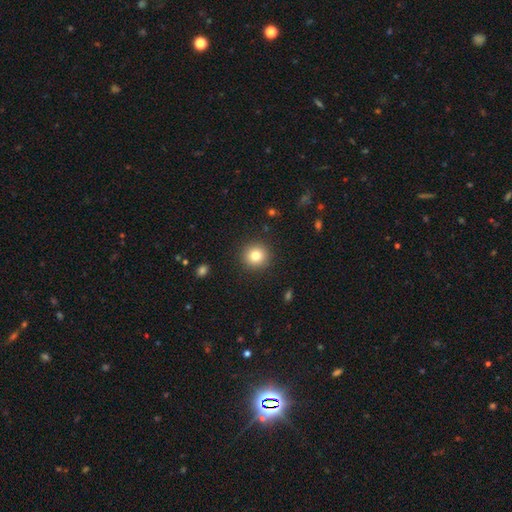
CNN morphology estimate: Q: Smooth or featured?
A: smooth (80%); runner-up: star or artifact (11%)
Q: How rounded?
A: round (94%); runner-up: in between (5%)
Q: Merging?
A: none (91%); runner-up: minor disturbance (6%)